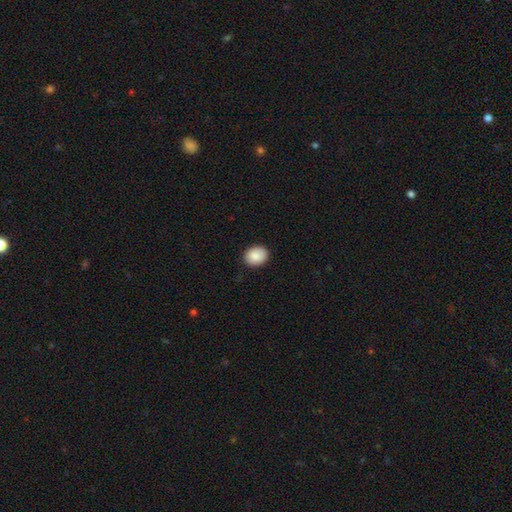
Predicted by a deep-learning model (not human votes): This is clearly a smooth galaxy (88%). How rounded: possibly round (51%). Merging: clearly none (90%).